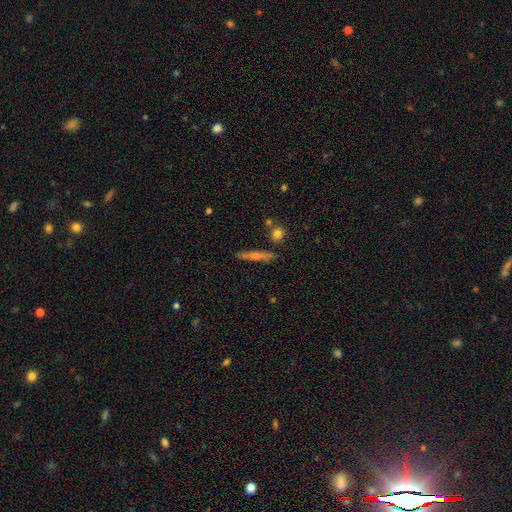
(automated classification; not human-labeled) smooth_or_featured: featured or disk (p=0.54) [alt: smooth p=0.37]
disk_edge_on: yes (p=0.93) [alt: no p=0.07]
edge_on_bulge: rounded (p=0.71) [alt: none p=0.24]
merging: none (p=0.84) [alt: minor disturbance p=0.10]